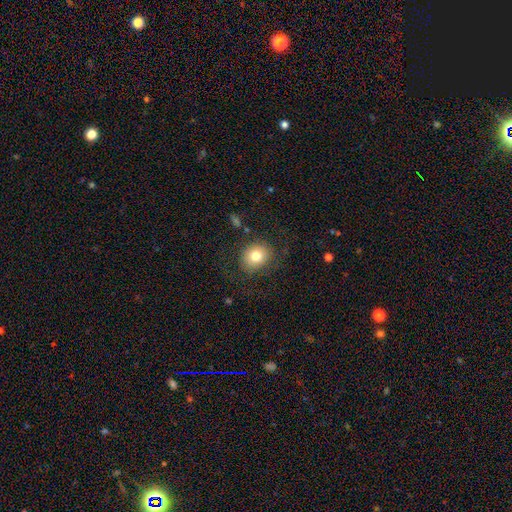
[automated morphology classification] A smooth galaxy with no disk features (78%) that is round (72%). Merging: none (81%).